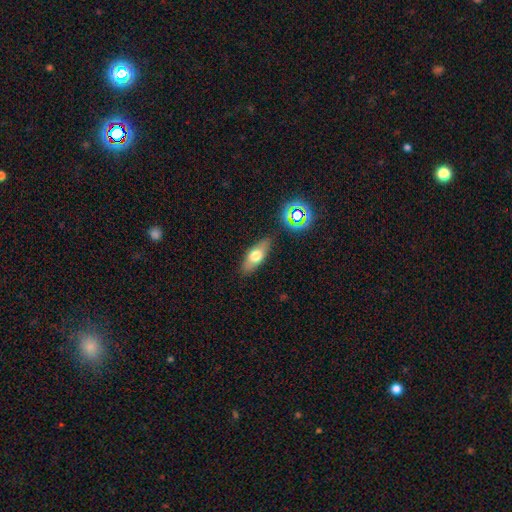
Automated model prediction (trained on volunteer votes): A smooth galaxy with no disk features (60%) that is in between round and cigar-shaped (70%). Merging: none (83%).